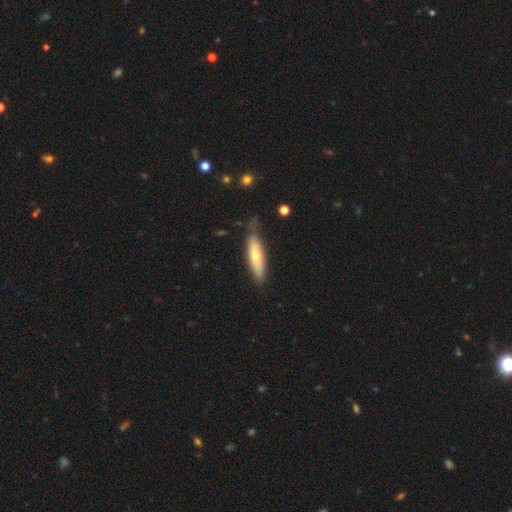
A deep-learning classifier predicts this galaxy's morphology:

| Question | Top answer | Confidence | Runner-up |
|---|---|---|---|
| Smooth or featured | smooth | 63% | featured or disk (31%) |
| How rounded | cigar-shaped | 62% | in between (37%) |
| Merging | none | 69% | minor disturbance (23%) |